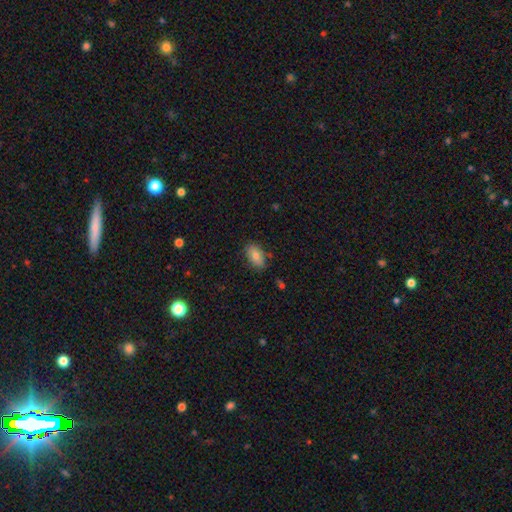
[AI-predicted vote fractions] Smooth or featured? smooth (76%)
How rounded? in between (90%)
Merging? none (80%)